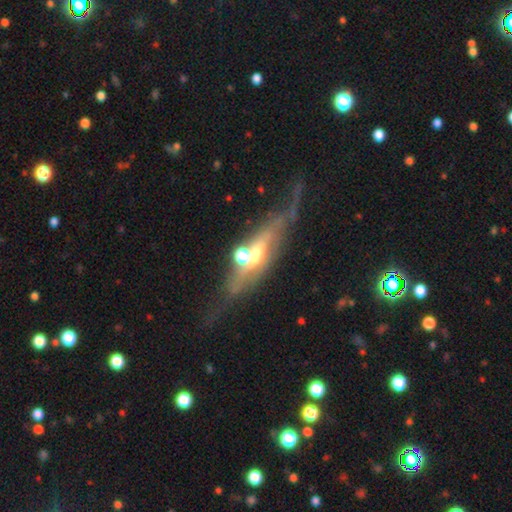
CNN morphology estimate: type=featured or disk (67%); edge-on=yes (66%); merging=none (47%).